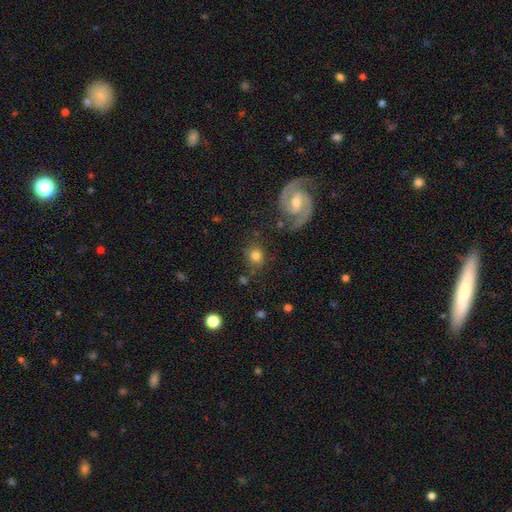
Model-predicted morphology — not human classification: Smooth or featured: smooth — 73% (featured or disk — 17%)
How rounded: round — 77% (in between — 22%)
Merging: none — 76% (minor disturbance — 13%)